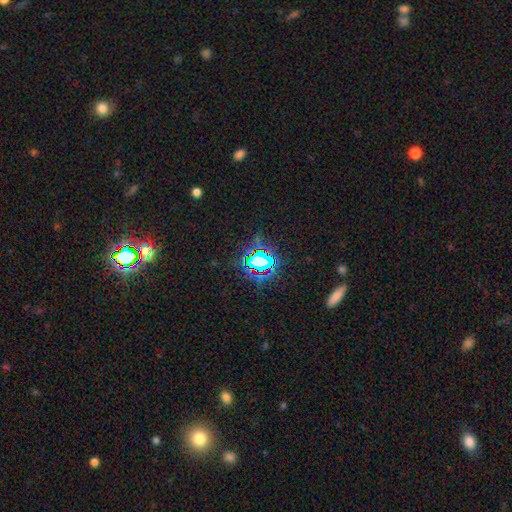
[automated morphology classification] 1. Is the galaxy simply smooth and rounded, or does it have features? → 79% star or artifact, 13% smooth, 8% featured or disk.